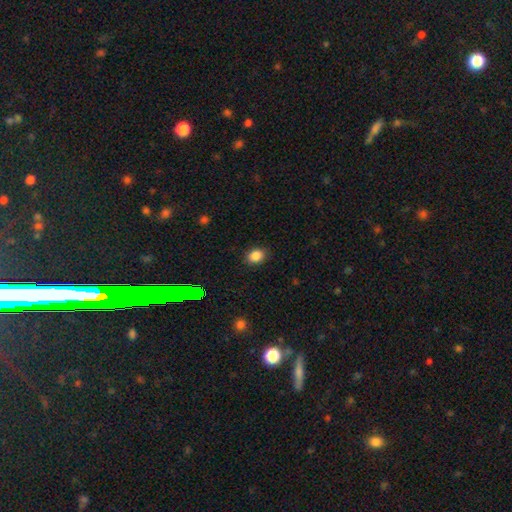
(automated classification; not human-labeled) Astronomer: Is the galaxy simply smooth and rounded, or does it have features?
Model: smooth — 85%.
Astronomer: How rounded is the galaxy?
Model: in between — 57% (runner-up: round, 42%).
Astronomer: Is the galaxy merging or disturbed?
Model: none — 86%.